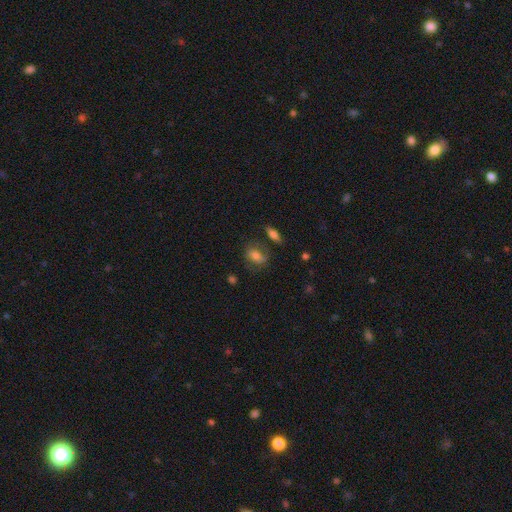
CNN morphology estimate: Smooth or featured?
  - smooth: 62% *
  - featured or disk: 28%
  - star or artifact: 10%
How rounded?
  - in between: 71% *
  - round: 26%
  - cigar-shaped: 4%
Merging?
  - none: 62% *
  - minor disturbance: 21%
  - major disturbance: 10%
  - merger: 6%